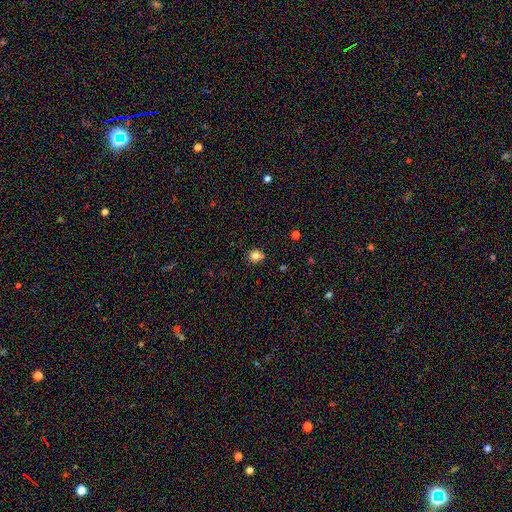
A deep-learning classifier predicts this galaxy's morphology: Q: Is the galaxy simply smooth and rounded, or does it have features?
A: smooth — 80%.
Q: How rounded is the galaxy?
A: round — 80%.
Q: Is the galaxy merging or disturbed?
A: none — 82%.